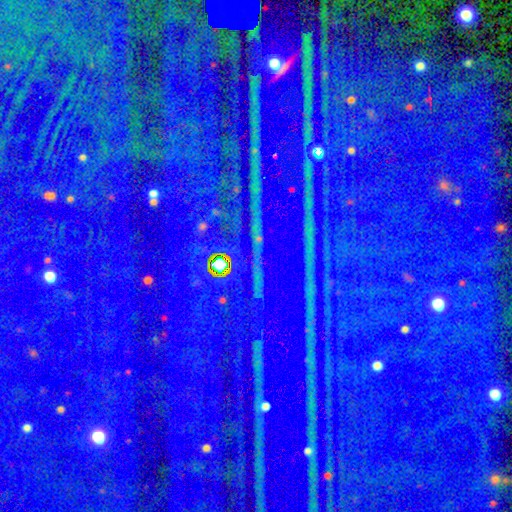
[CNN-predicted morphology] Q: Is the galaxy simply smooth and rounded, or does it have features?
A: star or artifact — 86%.